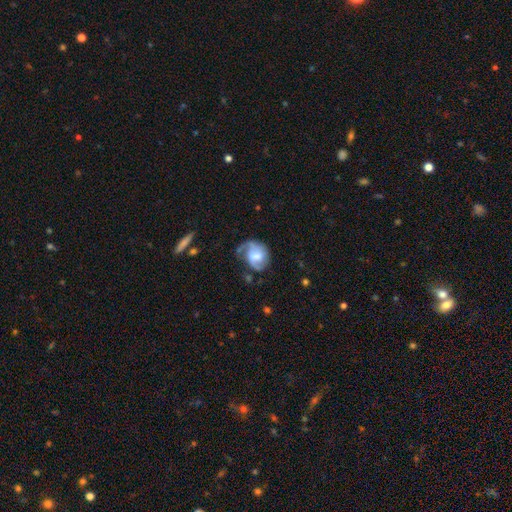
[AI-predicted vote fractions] This is likely a featured or disk galaxy (69%). It is clearly not viewed edge-on (97%). Bar: possibly weak (51%). Spiral arm pattern: clearly yes (90%). Spiral arm count: likely 2 (65%). Spiral winding: marginally medium (45%). Central bulge: marginally moderate (41%). Merging: possibly none (45%).